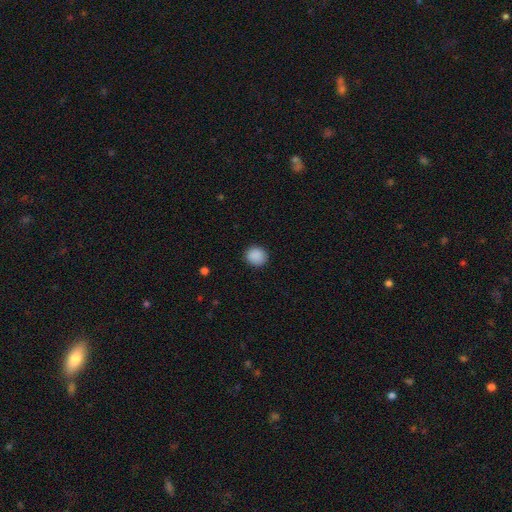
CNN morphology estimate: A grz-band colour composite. It shows a smooth galaxy with no disk features (90%) that is round (84%). Merging: none (90%).